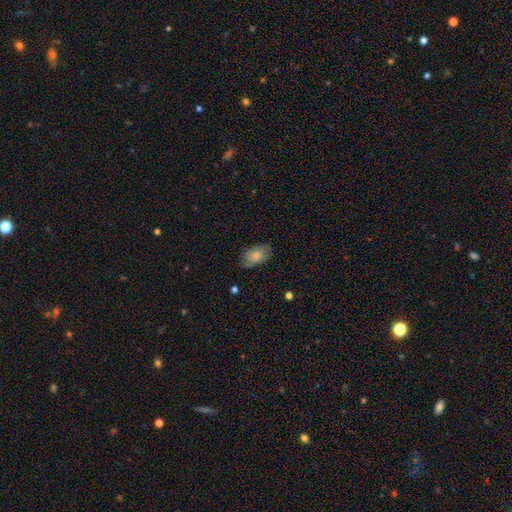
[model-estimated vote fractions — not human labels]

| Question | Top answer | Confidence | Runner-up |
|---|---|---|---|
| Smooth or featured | smooth | 74% | featured or disk (19%) |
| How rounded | in between | 92% | round (7%) |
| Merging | none | 72% | minor disturbance (22%) |